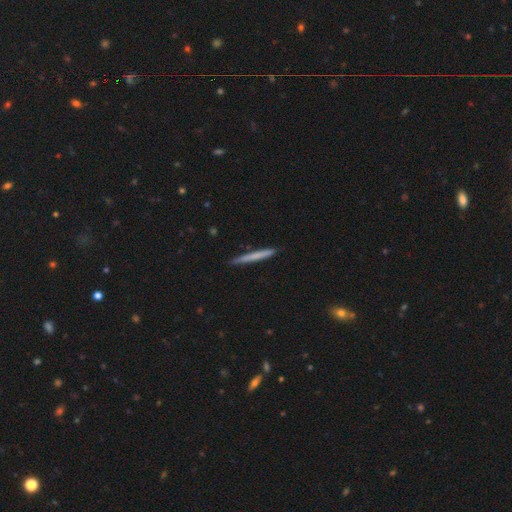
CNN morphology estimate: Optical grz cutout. It shows a smooth galaxy with no disk features (65%) that is cigar-shaped (97%). Merging: none (90%).